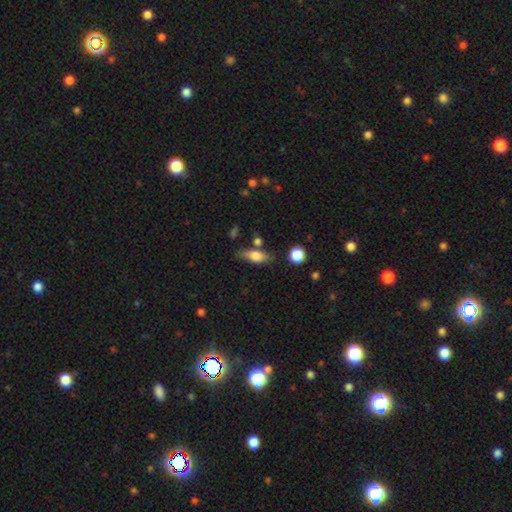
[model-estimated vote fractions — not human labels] smooth-or-featured: smooth: 70% | featured or disk: 22% | star or artifact: 8%
  how-rounded: in between: 68% | cigar-shaped: 27% | round: 5%
  merging: none: 66% | minor disturbance: 20% | merger: 9% | major disturbance: 6%